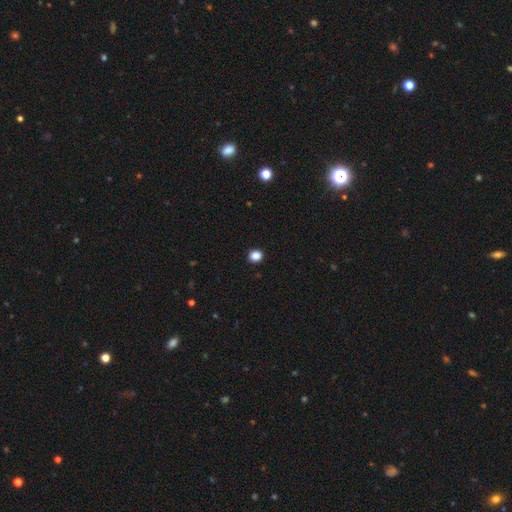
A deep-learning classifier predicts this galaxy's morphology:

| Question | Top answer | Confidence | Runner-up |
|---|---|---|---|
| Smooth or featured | smooth | 86% | star or artifact (11%) |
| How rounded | round | 75% | in between (24%) |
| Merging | none | 92% | minor disturbance (5%) |